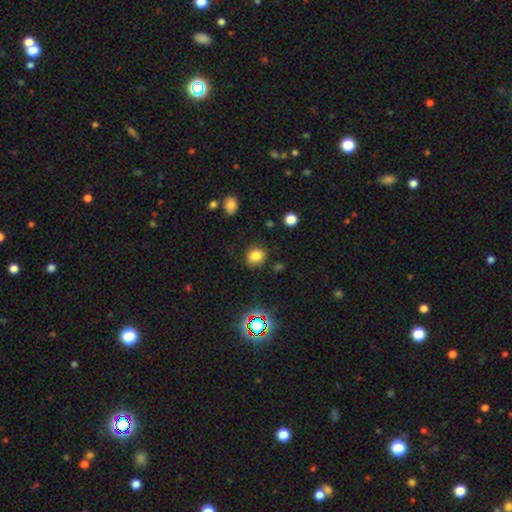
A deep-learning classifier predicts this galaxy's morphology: Smooth or featured? smooth (80%)
How rounded? round (76%)
Merging? none (84%)